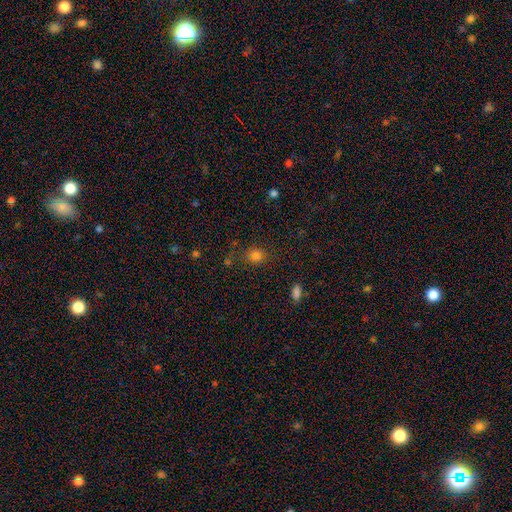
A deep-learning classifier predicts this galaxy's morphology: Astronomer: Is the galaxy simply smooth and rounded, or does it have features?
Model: smooth — 78%.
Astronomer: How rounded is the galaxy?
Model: round — 74%.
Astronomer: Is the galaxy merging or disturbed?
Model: none — 75%.